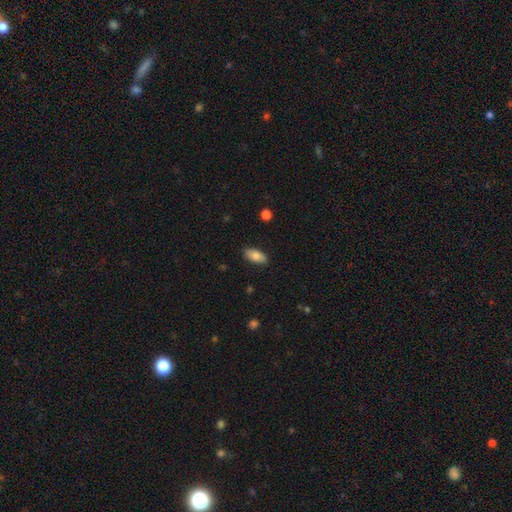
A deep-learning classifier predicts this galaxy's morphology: Smooth or featured? Predicted: smooth (p=0.81). How rounded? Predicted: in between (p=0.91). Merging? Predicted: none (p=0.87).